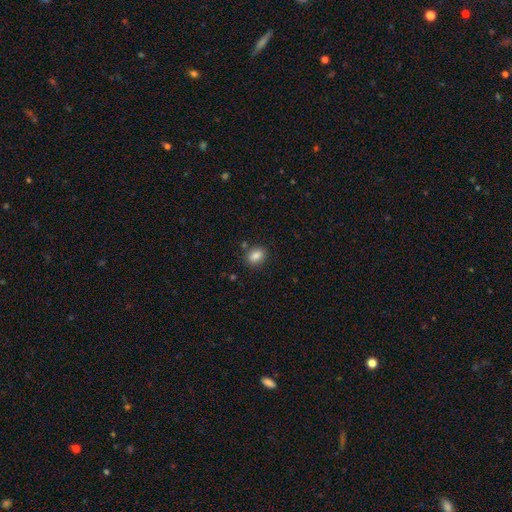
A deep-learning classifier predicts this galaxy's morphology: Q: Smooth or featured?
A: smooth (85%); runner-up: star or artifact (10%)
Q: How rounded?
A: in between (65%); runner-up: round (34%)
Q: Merging?
A: none (82%); runner-up: minor disturbance (11%)